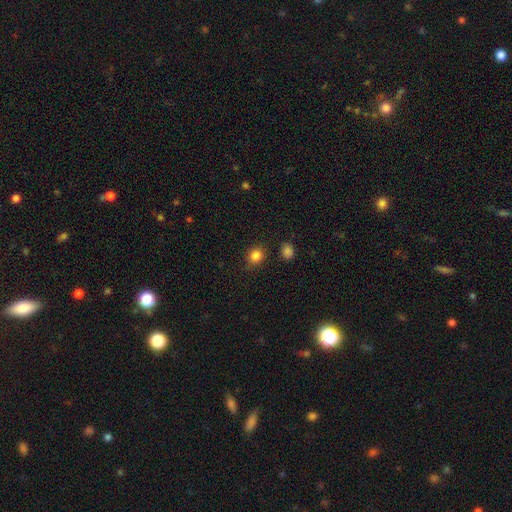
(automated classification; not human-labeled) Smooth or featured: smooth — 84% (star or artifact — 11%)
How rounded: round — 78% (in between — 21%)
Merging: none — 83% (minor disturbance — 11%)